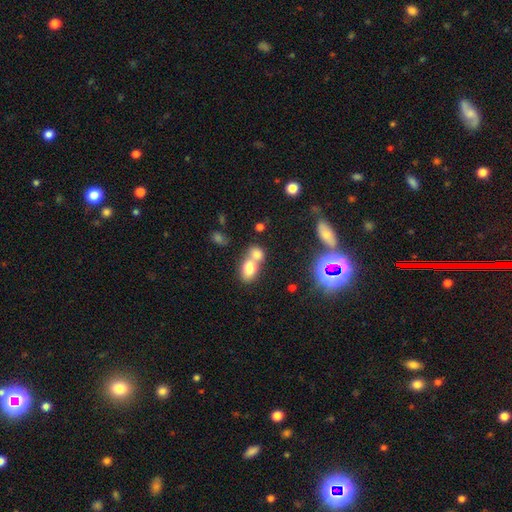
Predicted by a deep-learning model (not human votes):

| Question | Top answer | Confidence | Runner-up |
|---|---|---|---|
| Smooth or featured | smooth | 71% | star or artifact (17%) |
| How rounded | in between | 69% | round (29%) |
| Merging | merger | 59% | none (30%) |